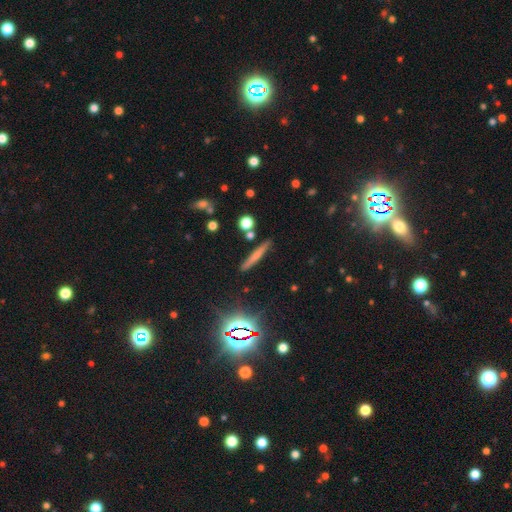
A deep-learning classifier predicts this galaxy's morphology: A smooth galaxy with no disk features (56%) that is cigar-shaped (92%). Merging: none (85%).